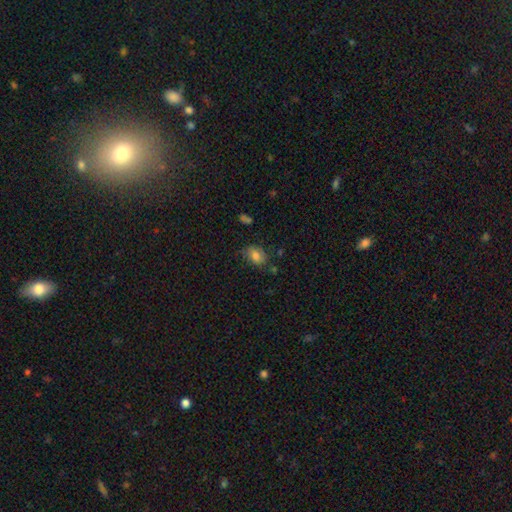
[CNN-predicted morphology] This appears to be a smooth galaxy with no disk features (81%) that is in between round and cigar-shaped (74%). Merging: none (69%).